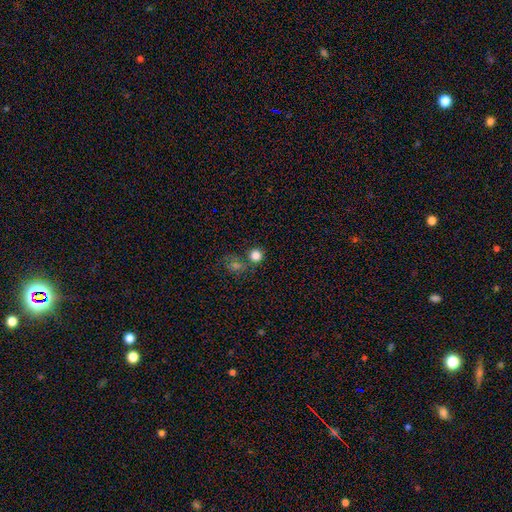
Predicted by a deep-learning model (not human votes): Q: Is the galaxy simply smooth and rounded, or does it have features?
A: smooth — 80%.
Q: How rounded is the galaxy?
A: round — 91%.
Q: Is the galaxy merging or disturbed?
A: none — 73%.